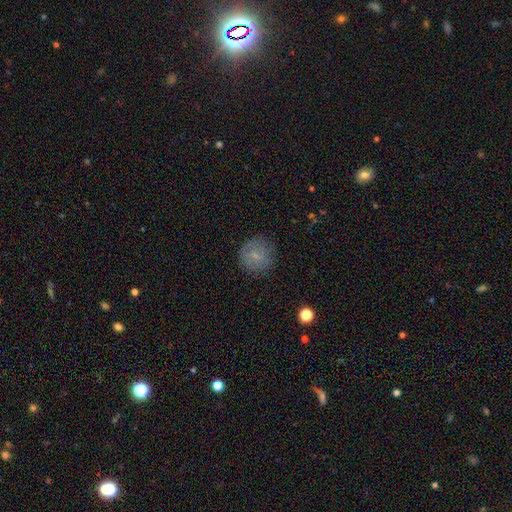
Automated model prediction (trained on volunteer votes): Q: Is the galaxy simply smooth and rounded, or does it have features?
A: smooth — 72%.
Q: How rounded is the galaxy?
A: round — 91%.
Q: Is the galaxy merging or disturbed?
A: none — 83%.